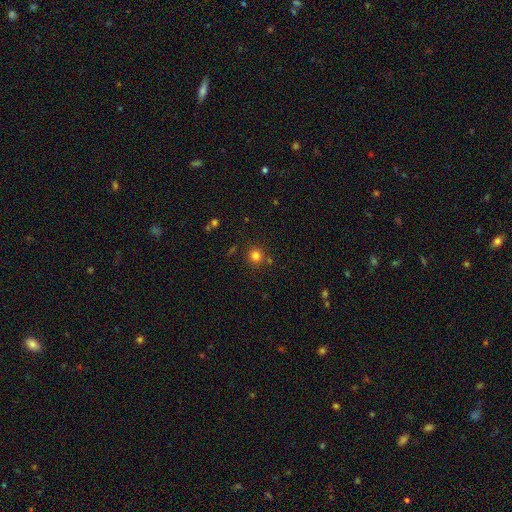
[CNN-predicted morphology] Q: Smooth or featured?
A: smooth (79%); runner-up: star or artifact (15%)
Q: How rounded?
A: round (93%); runner-up: in between (6%)
Q: Merging?
A: none (82%); runner-up: minor disturbance (8%)